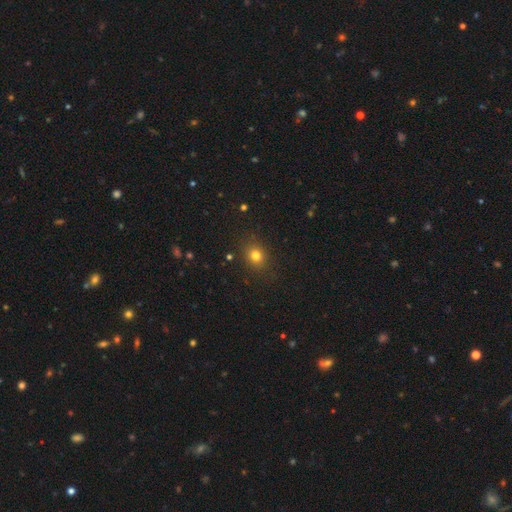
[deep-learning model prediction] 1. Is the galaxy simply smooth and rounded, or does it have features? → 77% smooth, 16% star or artifact, 7% featured or disk.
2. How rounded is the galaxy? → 72% round, 27% in between, 1% cigar-shaped.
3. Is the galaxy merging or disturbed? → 87% none, 9% minor disturbance, 3% major disturbance, 1% merger.